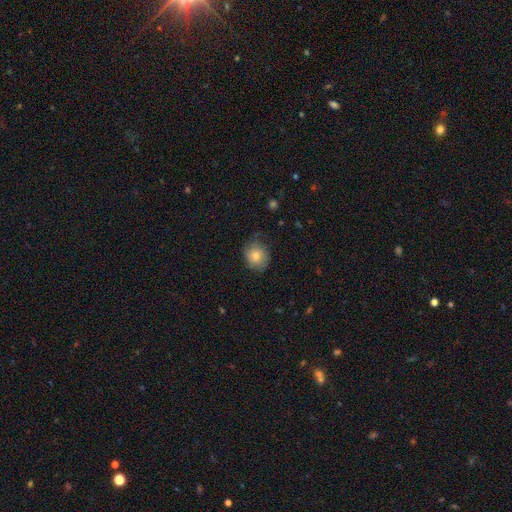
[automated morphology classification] Q: Smooth or featured?
A: smooth (78%); runner-up: featured or disk (14%)
Q: How rounded?
A: round (72%); runner-up: in between (27%)
Q: Merging?
A: none (68%); runner-up: minor disturbance (24%)